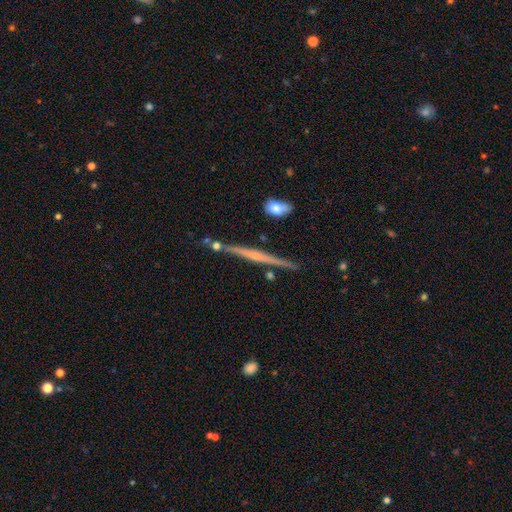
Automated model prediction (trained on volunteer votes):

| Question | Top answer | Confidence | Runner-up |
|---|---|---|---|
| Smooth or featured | featured or disk | 74% | smooth (20%) |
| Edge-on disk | yes | 98% | no (2%) |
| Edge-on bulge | rounded | 48% | none (42%) |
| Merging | none | 85% | minor disturbance (9%) |